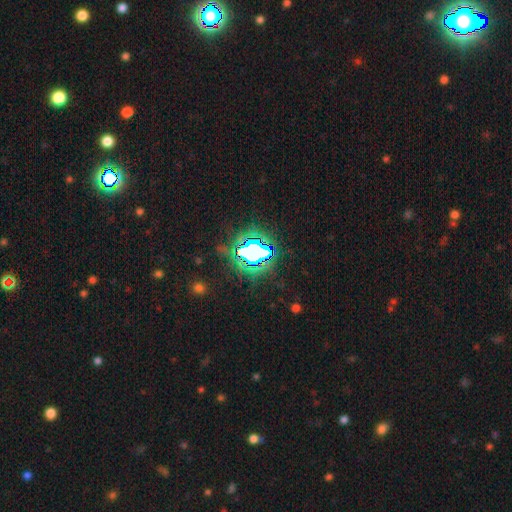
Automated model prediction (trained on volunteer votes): star or artifact 82%, smooth 11%, featured or disk 7%.